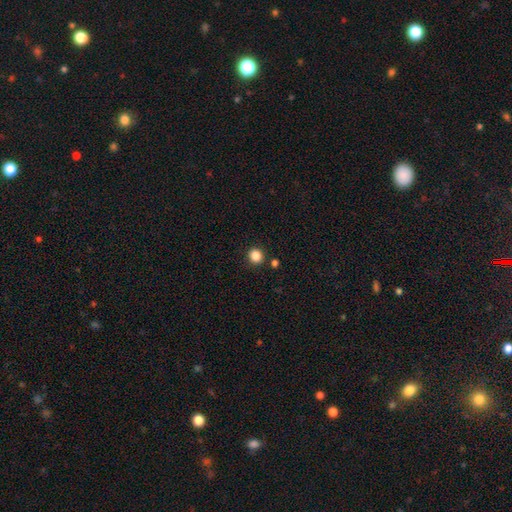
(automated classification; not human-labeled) Smooth or featured? smooth (85%)
How rounded? round (85%)
Merging? none (87%)